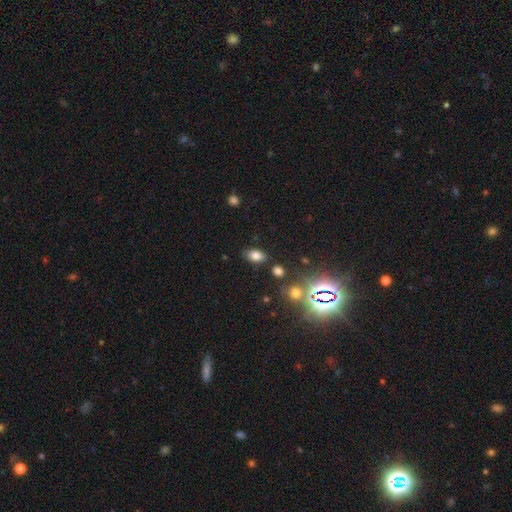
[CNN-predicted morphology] Smooth or featured?
  - smooth: 78% *
  - star or artifact: 14%
  - featured or disk: 8%
How rounded?
  - in between: 87% *
  - round: 11%
  - cigar-shaped: 2%
Merging?
  - none: 82% *
  - minor disturbance: 11%
  - merger: 4%
  - major disturbance: 3%